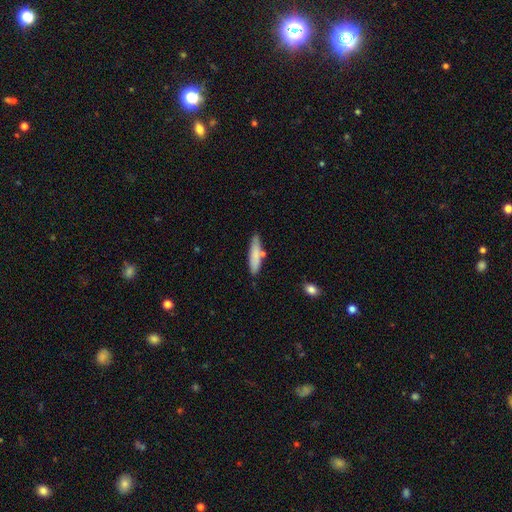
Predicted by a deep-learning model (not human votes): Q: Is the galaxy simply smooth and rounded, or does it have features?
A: smooth — 78%.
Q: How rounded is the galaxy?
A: cigar-shaped — 76%.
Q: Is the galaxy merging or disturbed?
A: none — 73%.